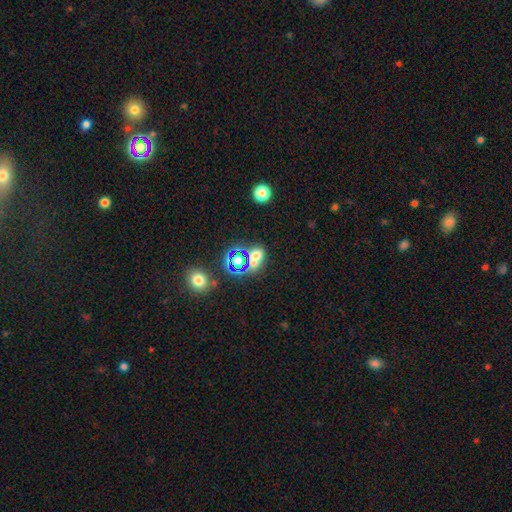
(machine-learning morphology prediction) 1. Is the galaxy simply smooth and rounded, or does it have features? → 53% smooth, 36% star or artifact, 11% featured or disk.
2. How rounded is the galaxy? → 55% round, 44% in between, 2% cigar-shaped.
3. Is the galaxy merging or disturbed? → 51% none, 33% merger, 10% minor disturbance, 6% major disturbance.